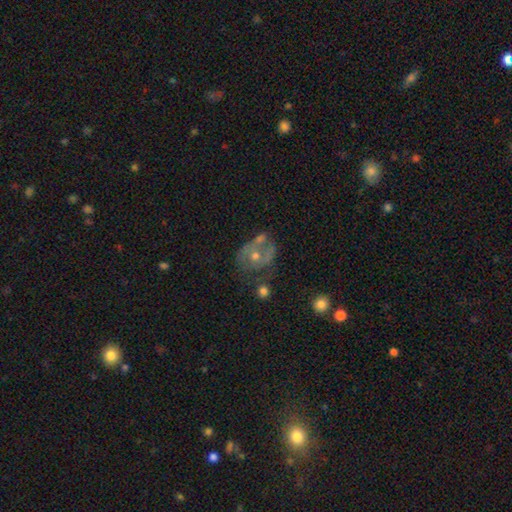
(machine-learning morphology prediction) Smooth or featured?
  - featured or disk: 63% *
  - smooth: 25%
  - star or artifact: 13%
Edge-on disk?
  - no: 97% *
  - yes: 3%
Bar?
  - no: 81% *
  - weak: 15%
  - strong: 4%
Spiral arms?
  - yes: 56% *
  - no: 44%
Bulge size?
  - moderate: 55% *
  - small: 38%
  - none: 3%
  - large: 3%
  - dominant: 1%
Merging?
  - none: 43% *
  - merger: 20%
  - minor disturbance: 20%
  - major disturbance: 17%